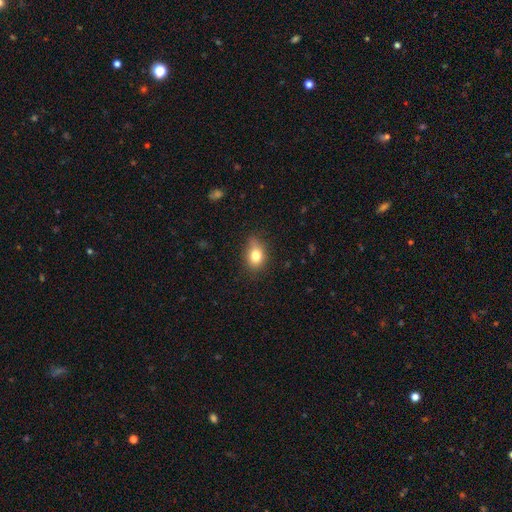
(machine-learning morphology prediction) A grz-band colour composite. It shows a smooth galaxy with no disk features (79%) that is in between round and cigar-shaped (66%). Merging: none (66%).